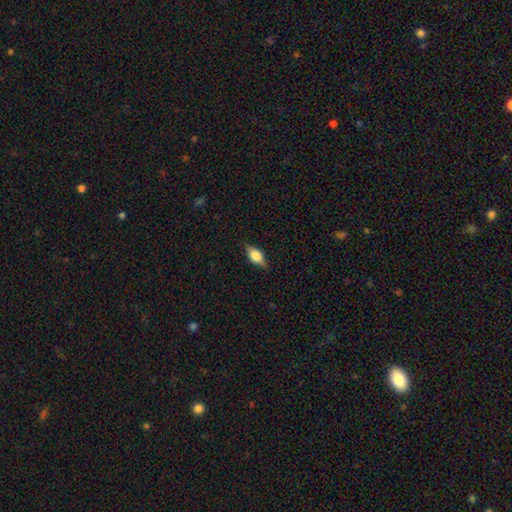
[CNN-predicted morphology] The model was most divided on "smooth or featured": smooth: 57%, featured or disk: 34%, star or artifact: 8%. More confident: merging — none (82%); how rounded — in between (78%).